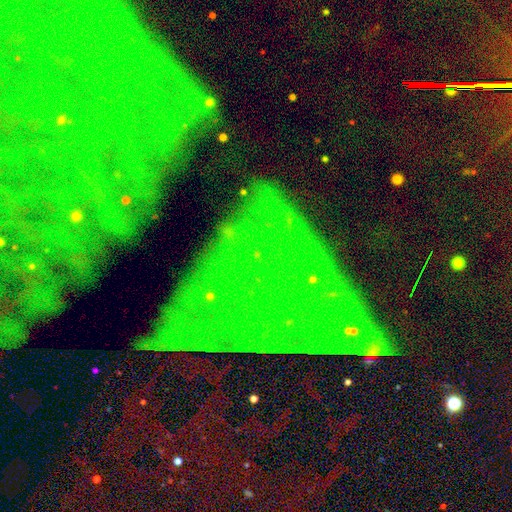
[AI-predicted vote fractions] star or artifact 85%, featured or disk 8%, smooth 7%.